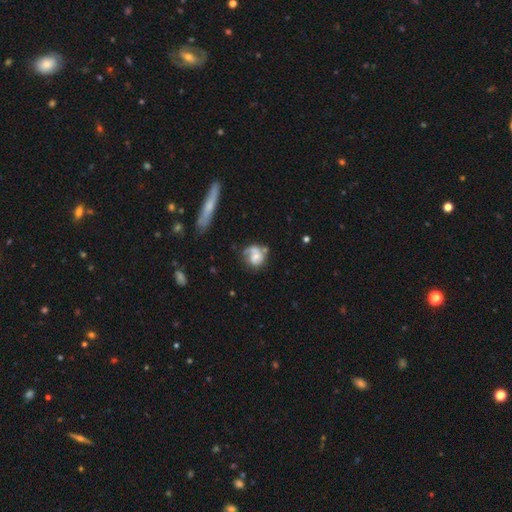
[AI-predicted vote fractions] The model was most divided on "bulge size": moderate: 41%, small: 39%, none: 12%, large: 7%, dominant: 2%. Remaining: edge-on disk — no (96%); spiral arms — yes (80%); bar — no (71%); smooth or featured — featured or disk (59%); merging — none (46%).